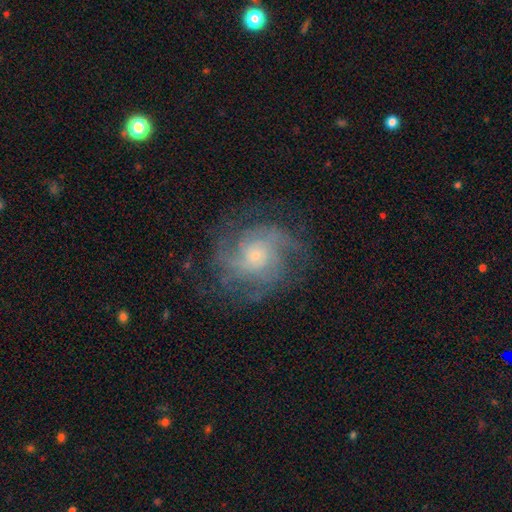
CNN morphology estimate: featured or disk 83%, smooth 10%, star or artifact 7%. Down the decision tree: edge-on disk — no (98%); bar — no (74%); spiral arms — yes (95%); spiral arm count — 3 (28%); spiral winding — tight (49%); bulge size — small (67%); merging — none (74%).